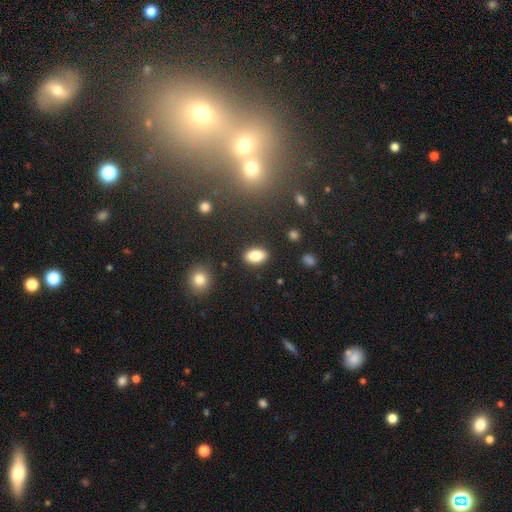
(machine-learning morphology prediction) The model was most divided on "smooth or featured": smooth: 83%, featured or disk: 9%, star or artifact: 9%. More confident: how rounded — in between (88%); merging — none (87%).